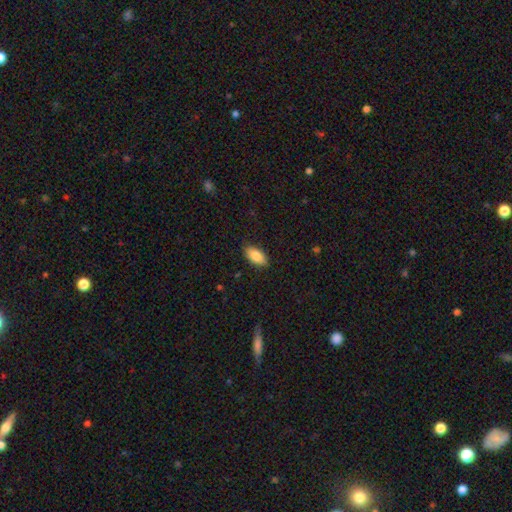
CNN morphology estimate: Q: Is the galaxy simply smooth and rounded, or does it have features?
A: smooth — 87%.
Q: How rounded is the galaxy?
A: in between — 93%.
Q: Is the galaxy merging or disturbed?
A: none — 87%.